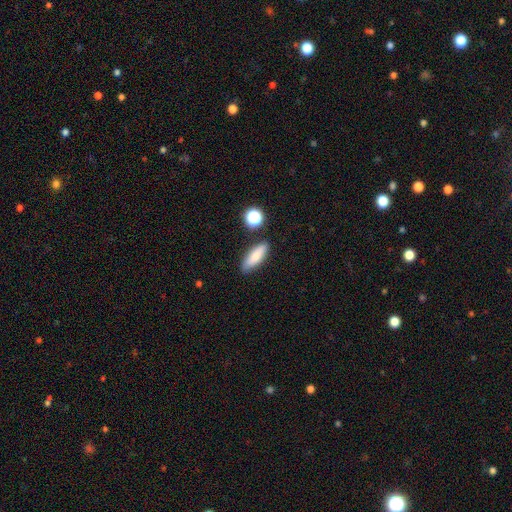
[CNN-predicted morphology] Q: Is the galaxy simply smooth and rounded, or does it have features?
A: smooth — 78%.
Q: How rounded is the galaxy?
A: in between — 54%.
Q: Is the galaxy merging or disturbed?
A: none — 83%.